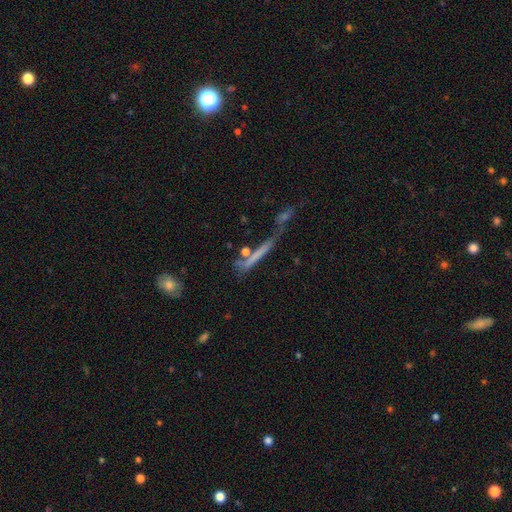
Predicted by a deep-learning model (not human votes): Morphology: type=smooth (45%); merging=none (38%).